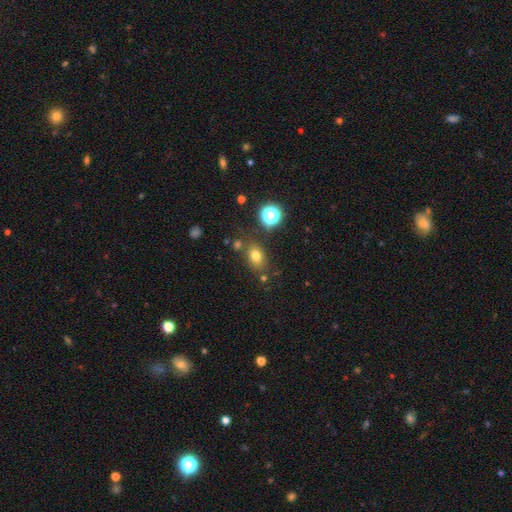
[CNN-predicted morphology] Q: Smooth or featured?
A: smooth (73%); runner-up: star or artifact (17%)
Q: How rounded?
A: in between (67%); runner-up: round (31%)
Q: Merging?
A: none (75%); runner-up: minor disturbance (13%)